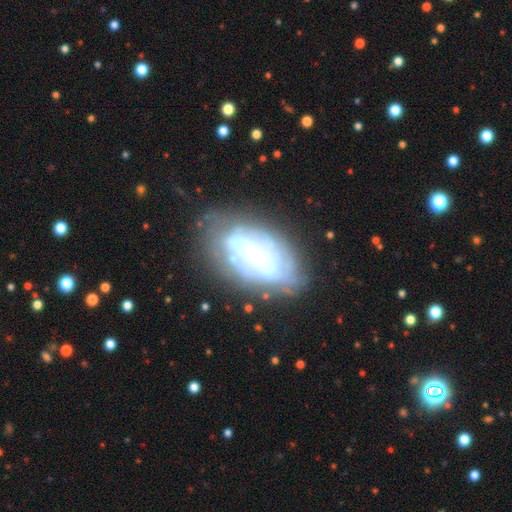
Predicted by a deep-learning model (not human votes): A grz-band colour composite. It shows a featured or disk galaxy (67%) with no bar (57%), spiral arms (58%) and a small central bulge (61%). Merging: none (62%).